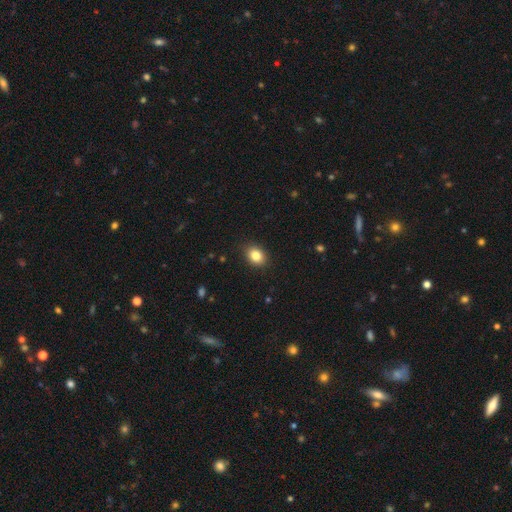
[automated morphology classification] smooth 84%, star or artifact 9%, featured or disk 7%. Down the decision tree: how rounded — in between (65%); merging — none (87%).